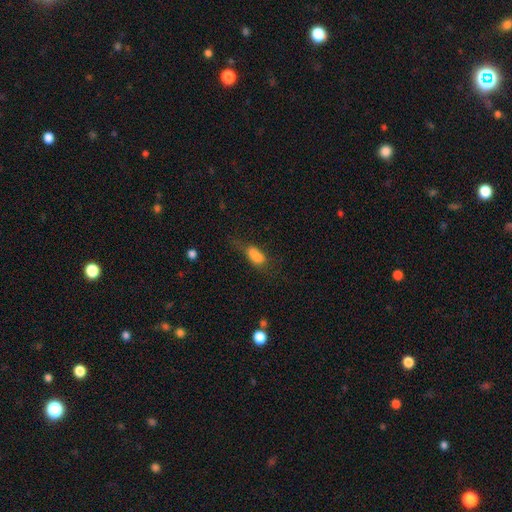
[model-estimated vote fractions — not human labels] The model was most divided on "merging": none: 32%, major disturbance: 30%, minor disturbance: 29%, merger: 10%. More confident: how rounded — in between (81%); smooth or featured — smooth (76%).